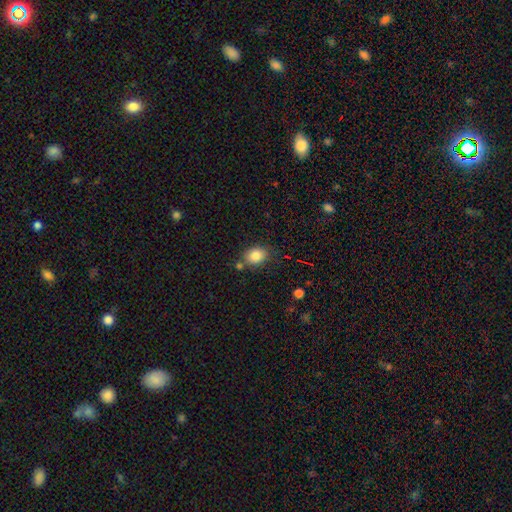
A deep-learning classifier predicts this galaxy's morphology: type=smooth (84%); roundness=in between (59%); merging=none (74%).